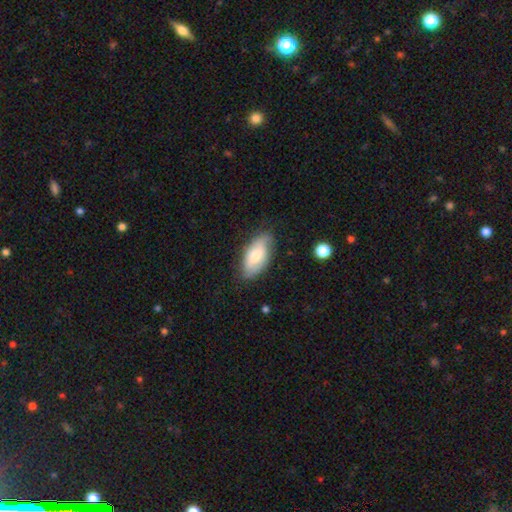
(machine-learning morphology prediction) smooth_or_featured: smooth (p=0.68) [alt: featured or disk p=0.26]
how_rounded: in between (p=0.91) [alt: cigar-shaped p=0.06]
merging: none (p=0.71) [alt: minor disturbance p=0.22]